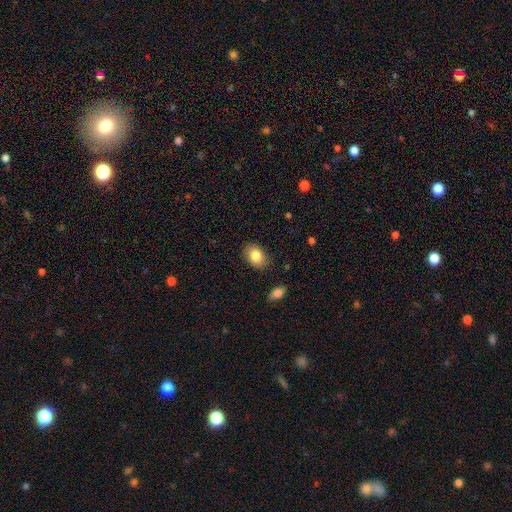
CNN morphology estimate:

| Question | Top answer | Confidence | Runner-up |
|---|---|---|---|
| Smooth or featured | smooth | 83% | featured or disk (9%) |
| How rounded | in between | 83% | round (15%) |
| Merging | none | 86% | minor disturbance (10%) |